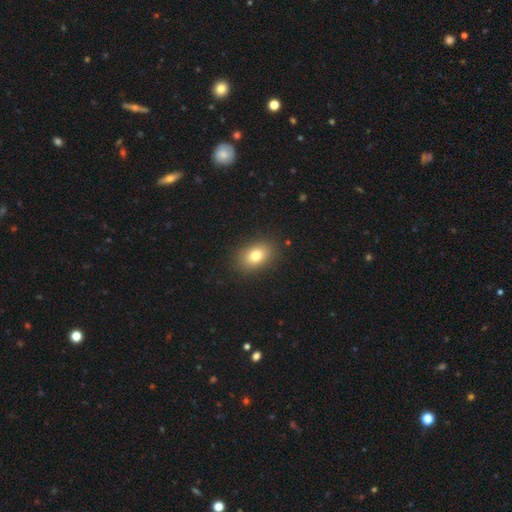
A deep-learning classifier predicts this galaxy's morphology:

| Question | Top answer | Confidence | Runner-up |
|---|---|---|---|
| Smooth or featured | smooth | 78% | featured or disk (11%) |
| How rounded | in between | 78% | round (20%) |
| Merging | none | 88% | minor disturbance (8%) |